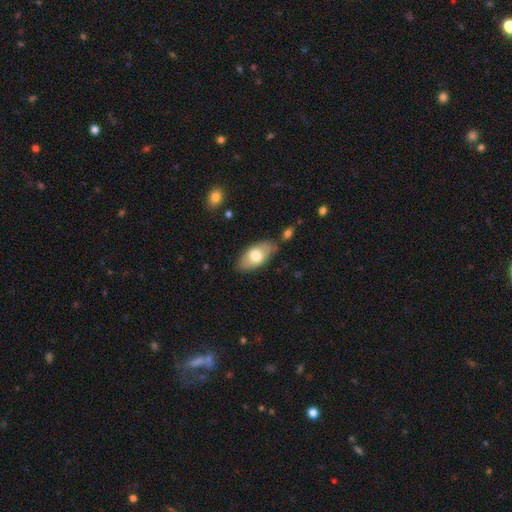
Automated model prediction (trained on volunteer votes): A smooth galaxy with no disk features (71%) that is in between round and cigar-shaped (91%).

Vote fractions:
- Smooth or featured? smooth: 71% / featured or disk: 23% / star or artifact: 6%
- How rounded? in between: 91% / cigar-shaped: 5% / round: 3%
- Merging? none: 75% / minor disturbance: 16% / merger: 6% / major disturbance: 4%